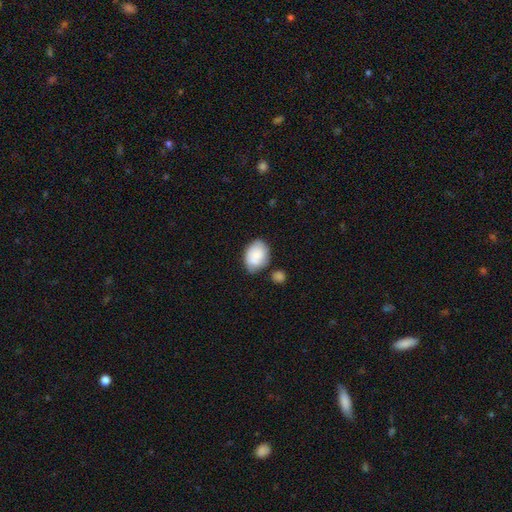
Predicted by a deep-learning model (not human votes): Overall: smooth (78%). How rounded: in between (78%). Merging: none (59%; minor disturbance 24%).